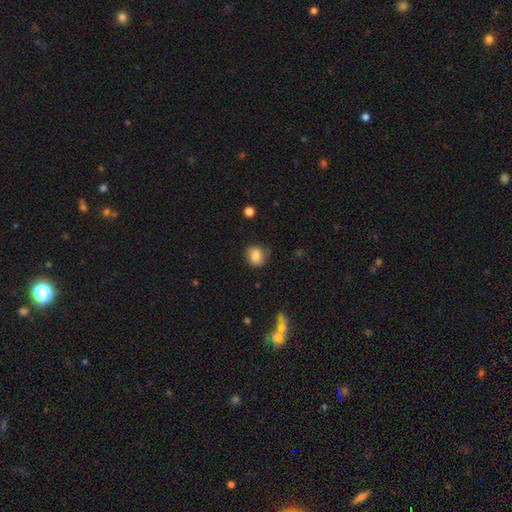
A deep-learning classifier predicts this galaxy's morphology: This appears to be a smooth galaxy with no disk features (83%) that is round (68%). Merging: none (71%).